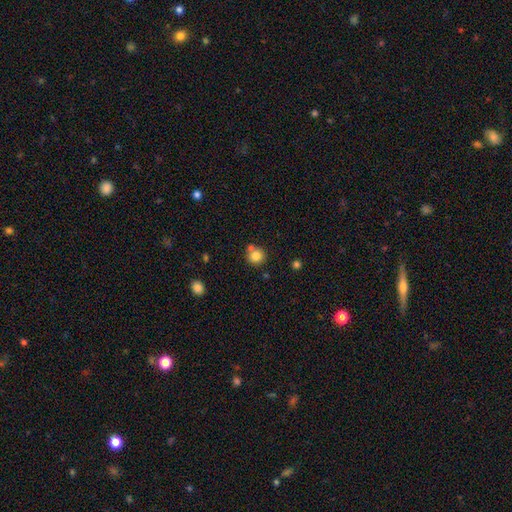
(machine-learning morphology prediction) Smooth or featured?
  - smooth: 81% *
  - star or artifact: 11%
  - featured or disk: 8%
How rounded?
  - round: 91% *
  - in between: 8%
  - cigar-shaped: 1%
Merging?
  - none: 66% *
  - merger: 21%
  - minor disturbance: 10%
  - major disturbance: 3%